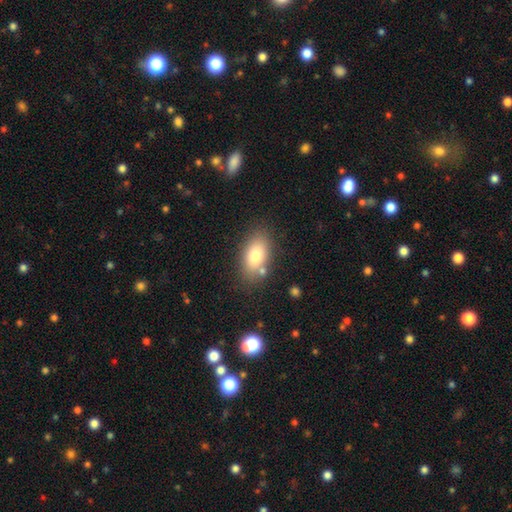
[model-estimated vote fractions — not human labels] Overall: smooth (78%). How rounded: in between (90%). Merging: none (75%).